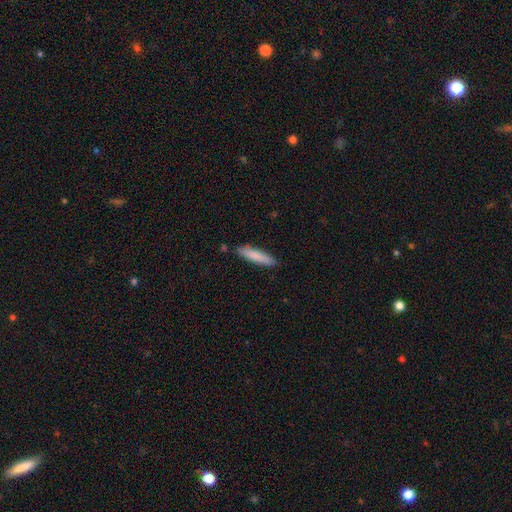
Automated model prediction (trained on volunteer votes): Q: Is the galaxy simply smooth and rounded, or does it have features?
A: smooth — 82%.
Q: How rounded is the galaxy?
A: cigar-shaped — 85%.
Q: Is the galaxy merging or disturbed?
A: none — 86%.